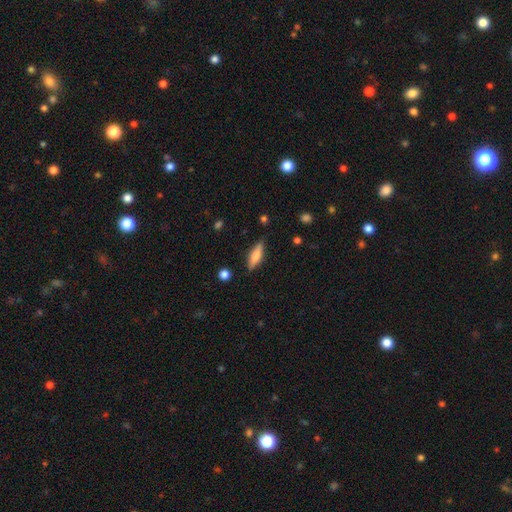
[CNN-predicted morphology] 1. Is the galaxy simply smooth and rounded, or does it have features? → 67% smooth, 26% featured or disk, 7% star or artifact.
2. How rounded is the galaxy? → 51% cigar-shaped, 47% in between, 2% round.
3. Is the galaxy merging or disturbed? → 85% none, 11% minor disturbance, 3% major disturbance, 2% merger.